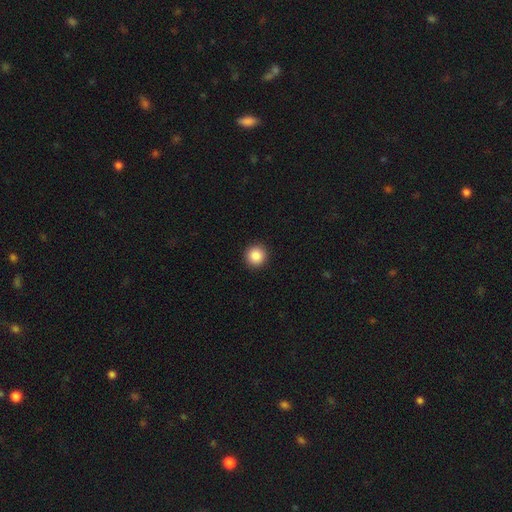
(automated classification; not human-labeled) This is clearly a smooth galaxy (88%). How rounded: clearly round (95%). Merging: clearly none (93%).